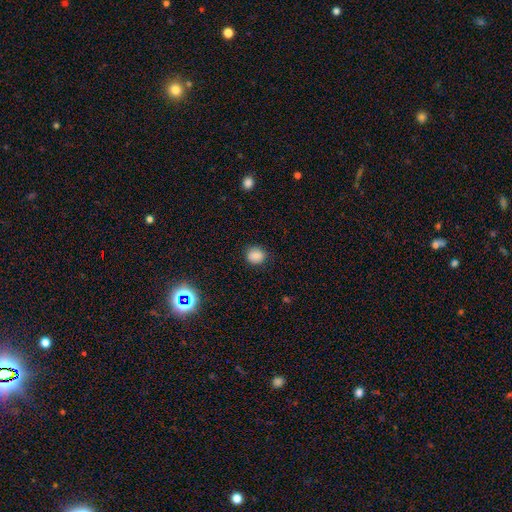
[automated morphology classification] This is clearly a smooth galaxy (85%). How rounded: likely round (72%). Merging: clearly none (85%).